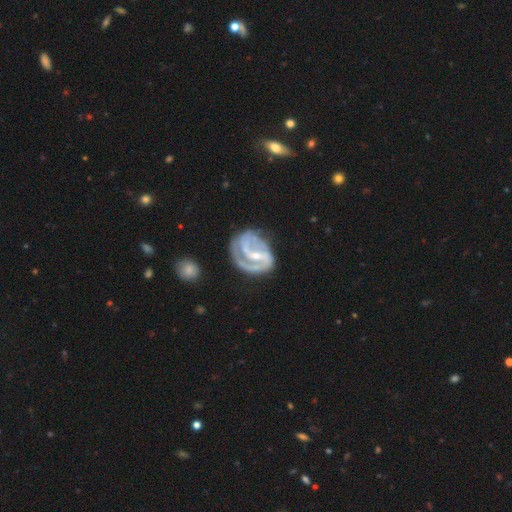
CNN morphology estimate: type=featured or disk (88%); edge-on=no (98%); bar=weak (41%); spiral arms=yes (93%); winding=medium (47%); arm count=2 (64%); bulge=small (64%); merging=none (49%).